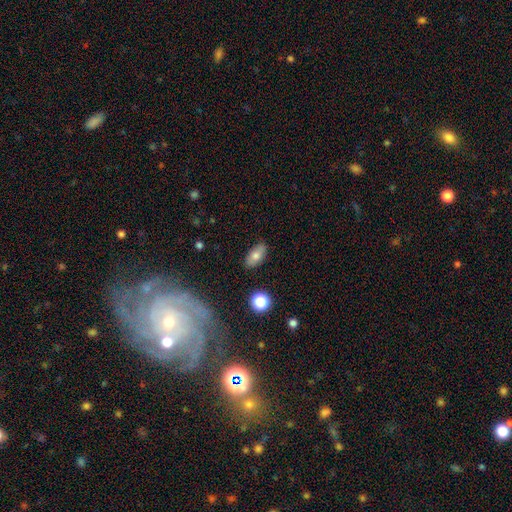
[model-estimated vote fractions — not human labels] The model was most divided on "smooth or featured": smooth: 76%, featured or disk: 16%, star or artifact: 9%. More confident: how rounded — in between (89%); merging — none (86%).